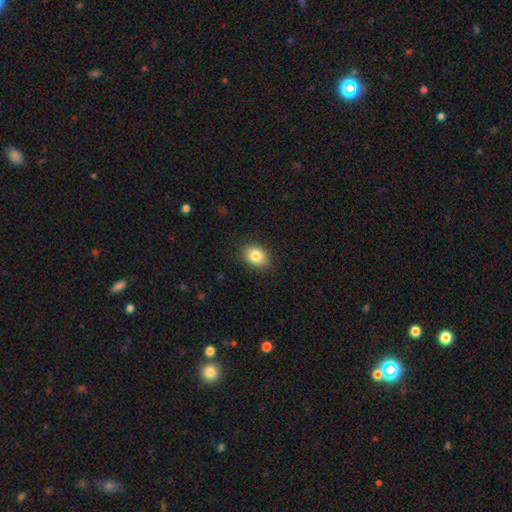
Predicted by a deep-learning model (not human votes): smooth_or_featured: smooth (p=0.84) [alt: star or artifact p=0.09]
how_rounded: in between (p=0.70) [alt: round p=0.29]
merging: none (p=0.89) [alt: minor disturbance p=0.08]